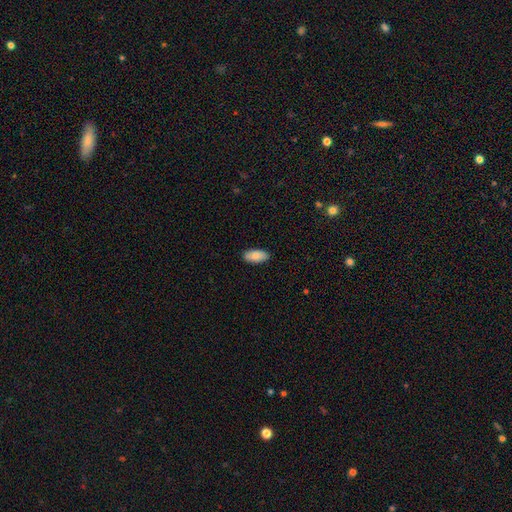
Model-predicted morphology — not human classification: smooth 87%, featured or disk 7%, star or artifact 6%. Down the decision tree: how rounded — in between (92%); merging — none (89%).